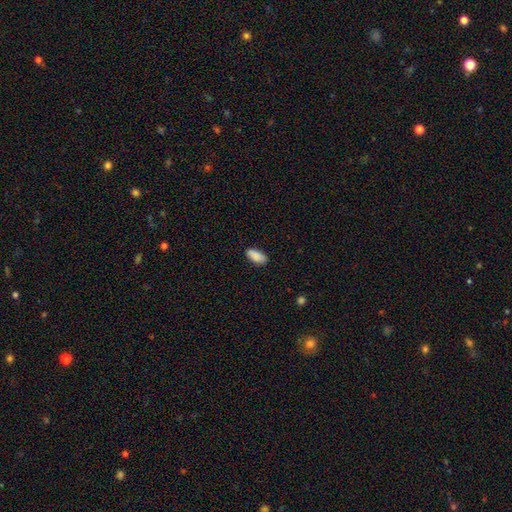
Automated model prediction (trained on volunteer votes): This is clearly a smooth galaxy (89%). How rounded: clearly in between (88%). Merging: clearly none (84%).